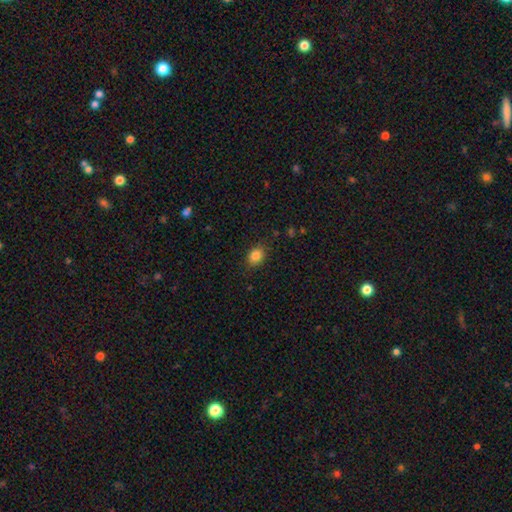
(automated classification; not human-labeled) Q: Smooth or featured?
A: smooth (84%); runner-up: star or artifact (10%)
Q: How rounded?
A: in between (55%); runner-up: round (44%)
Q: Merging?
A: none (84%); runner-up: minor disturbance (12%)